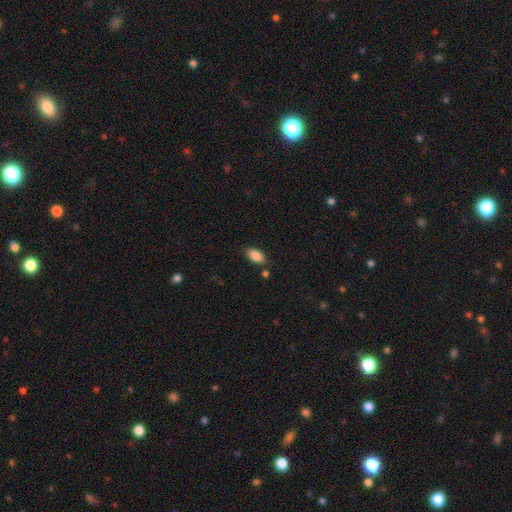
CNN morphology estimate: smooth 87%, star or artifact 7%, featured or disk 6%. Down the decision tree: how rounded — in between (92%); merging — none (79%).